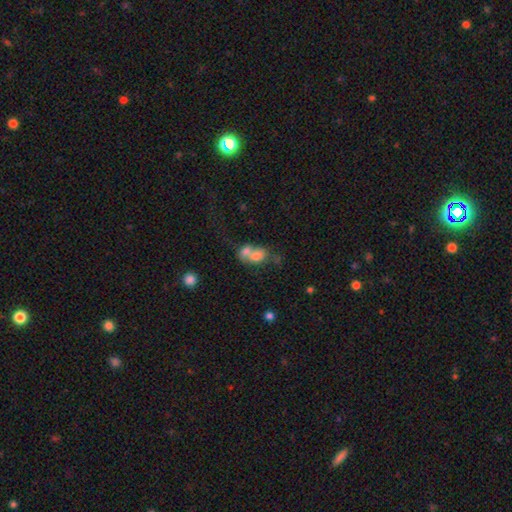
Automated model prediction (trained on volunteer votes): This is likely a smooth galaxy (71%). How rounded: likely in between (68%). Merging: likely merger (71%).